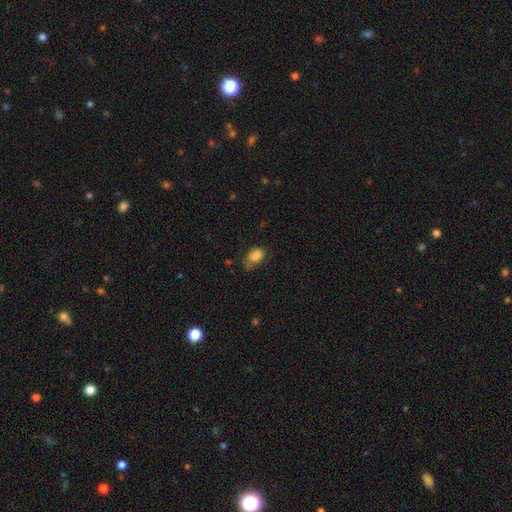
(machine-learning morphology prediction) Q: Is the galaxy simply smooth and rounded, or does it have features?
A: smooth — 83%.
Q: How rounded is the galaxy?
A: in between — 86%.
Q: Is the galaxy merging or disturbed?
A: none — 46%.